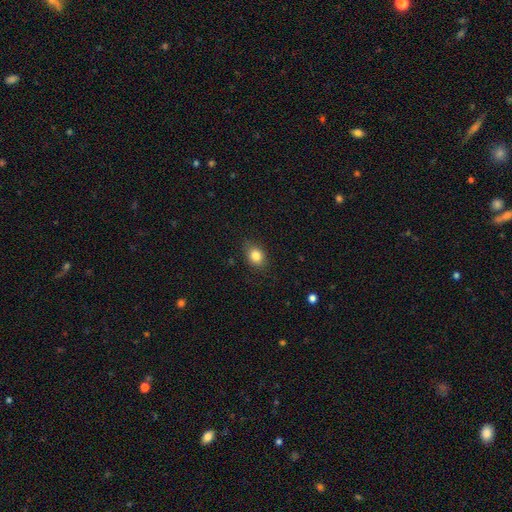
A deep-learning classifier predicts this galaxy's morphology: smooth-or-featured: smooth: 83% | star or artifact: 10% | featured or disk: 7%
  how-rounded: in between: 61% | round: 38% | cigar-shaped: 1%
  merging: none: 82% | minor disturbance: 13% | major disturbance: 3% | merger: 1%